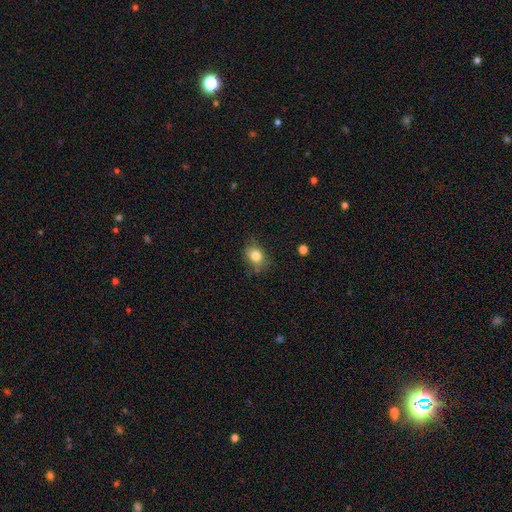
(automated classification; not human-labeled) Morphology: type=smooth (81%); roundness=in between (51%); merging=none (72%).